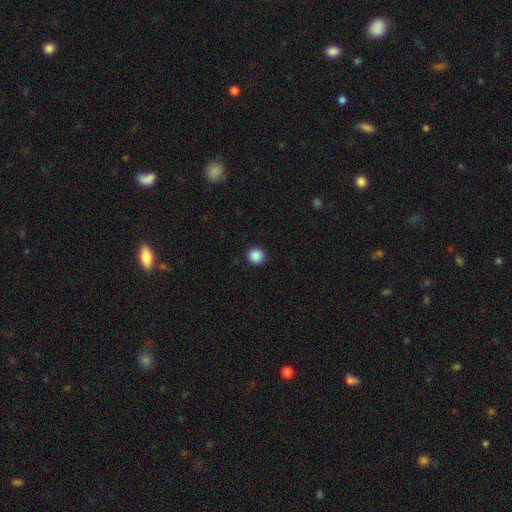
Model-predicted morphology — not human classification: smooth 88%, star or artifact 10%, featured or disk 2%. Down the decision tree: how rounded — round (94%); merging — none (92%).